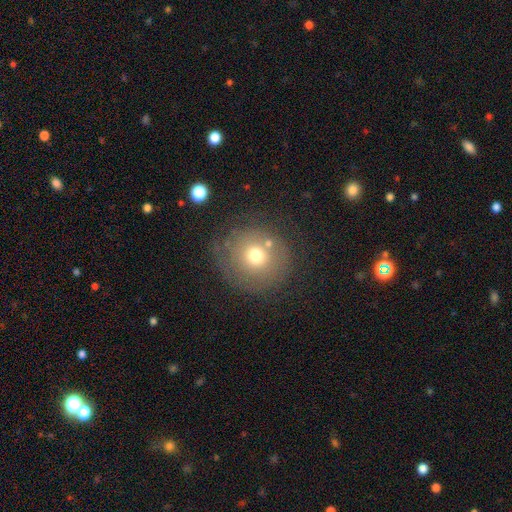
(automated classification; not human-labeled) A smooth galaxy with no disk features (60%) that is round (92%). Merging: none (71%).